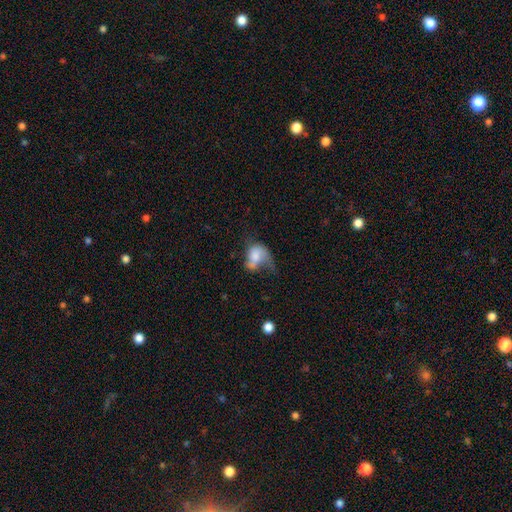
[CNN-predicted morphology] A smooth galaxy with no disk features (54%) that is in between round and cigar-shaped (71%).

Vote fractions:
- Smooth or featured? smooth: 54% / featured or disk: 37% / star or artifact: 9%
- How rounded? in between: 71% / round: 28% / cigar-shaped: 2%
- Merging? major disturbance: 42% / minor disturbance: 23% / none: 21% / merger: 14%